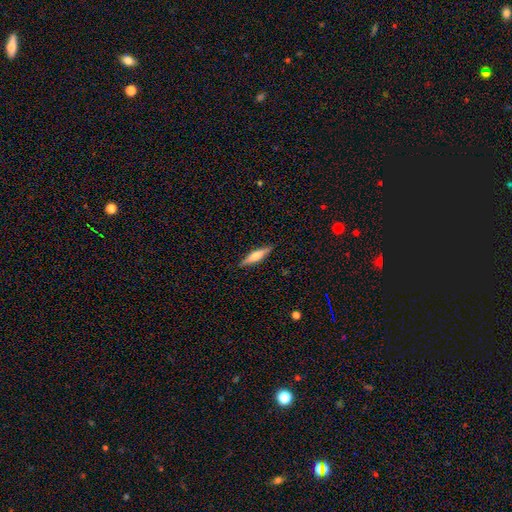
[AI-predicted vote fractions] Smooth or featured? featured or disk (50%)
Edge-on disk? yes (96%)
Merging? none (90%)